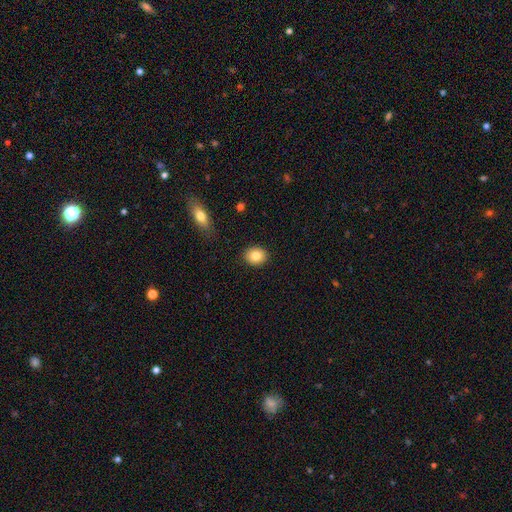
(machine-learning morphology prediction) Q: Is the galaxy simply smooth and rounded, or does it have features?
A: smooth — 82%.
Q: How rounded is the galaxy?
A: round — 65%.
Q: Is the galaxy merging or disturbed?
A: none — 90%.